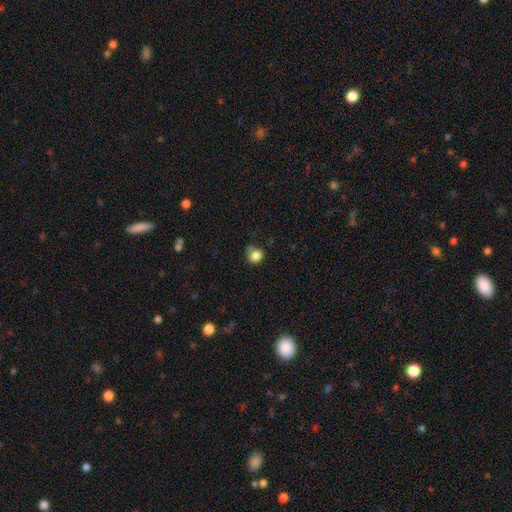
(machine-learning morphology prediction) Smooth or featured? Predicted: smooth (p=0.83). How rounded? Predicted: round (p=0.68). Merging? Predicted: none (p=0.54).